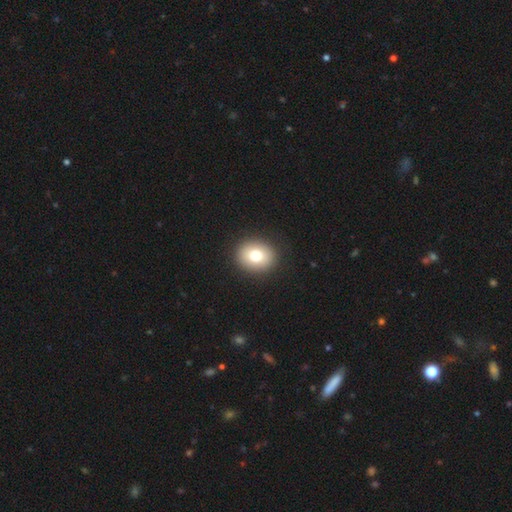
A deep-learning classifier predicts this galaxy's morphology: This appears to be a smooth galaxy with no disk features (78%) that is round (66%). Merging: none (91%).